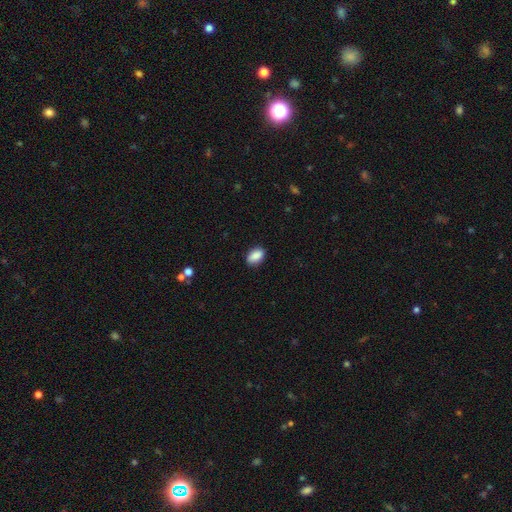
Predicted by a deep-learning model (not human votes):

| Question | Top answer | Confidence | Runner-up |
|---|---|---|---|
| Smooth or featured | smooth | 88% | star or artifact (7%) |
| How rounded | in between | 91% | round (7%) |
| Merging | none | 86% | minor disturbance (11%) |